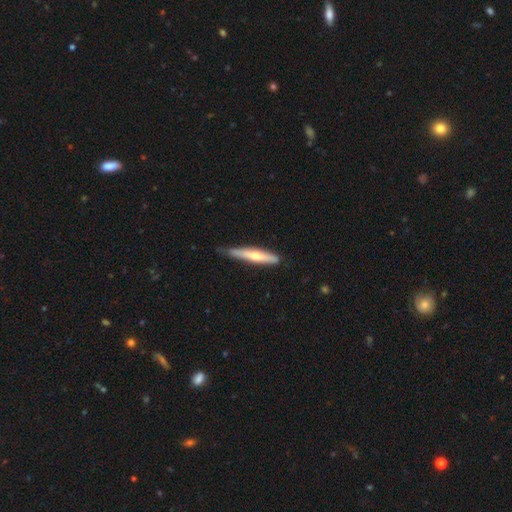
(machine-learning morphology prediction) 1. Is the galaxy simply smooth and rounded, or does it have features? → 53% smooth, 42% featured or disk, 5% star or artifact.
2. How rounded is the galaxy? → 92% cigar-shaped, 7% in between, 1% round.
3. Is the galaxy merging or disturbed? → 67% none, 28% minor disturbance, 4% major disturbance, 2% merger.